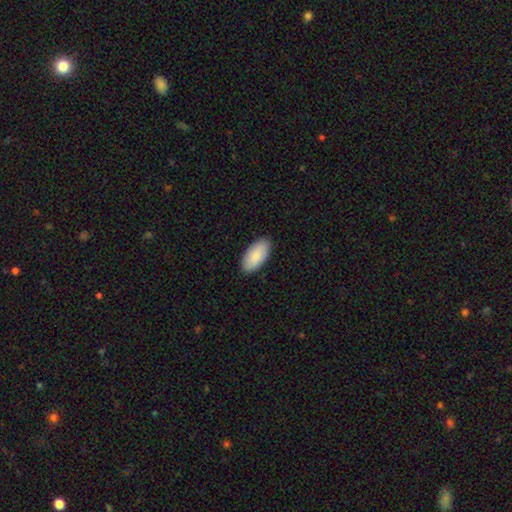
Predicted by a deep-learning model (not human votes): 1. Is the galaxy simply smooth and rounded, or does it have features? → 88% smooth, 7% featured or disk, 5% star or artifact.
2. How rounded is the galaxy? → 94% in between, 4% cigar-shaped, 2% round.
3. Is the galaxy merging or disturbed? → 89% none, 9% minor disturbance, 2% major disturbance, 1% merger.